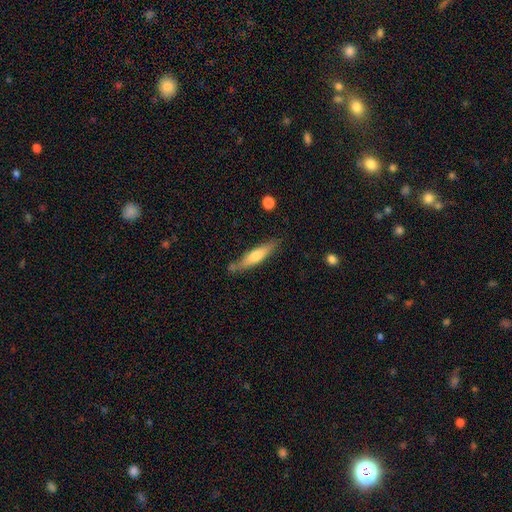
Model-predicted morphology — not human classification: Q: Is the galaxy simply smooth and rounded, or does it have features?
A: smooth — 56%.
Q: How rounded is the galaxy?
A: cigar-shaped — 83%.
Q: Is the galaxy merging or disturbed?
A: none — 75%.